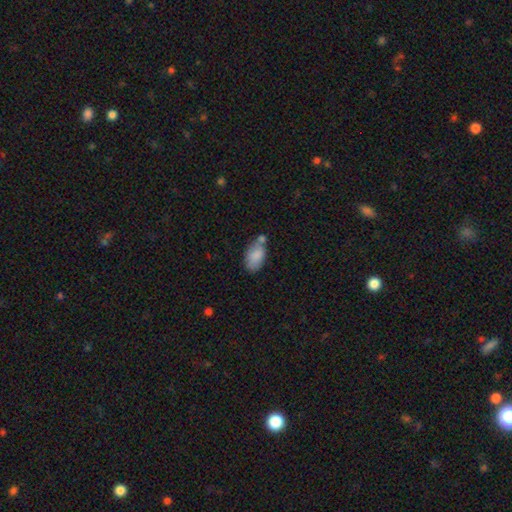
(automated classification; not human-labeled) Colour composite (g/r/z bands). It shows a smooth galaxy with no disk features (83%) that is in between round and cigar-shaped (93%). Merging: none (47%).